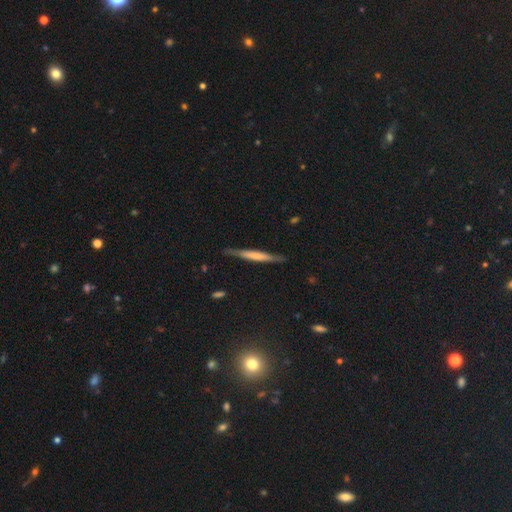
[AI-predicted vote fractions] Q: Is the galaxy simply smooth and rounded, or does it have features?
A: smooth — 49%.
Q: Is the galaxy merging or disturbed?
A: none — 82%.